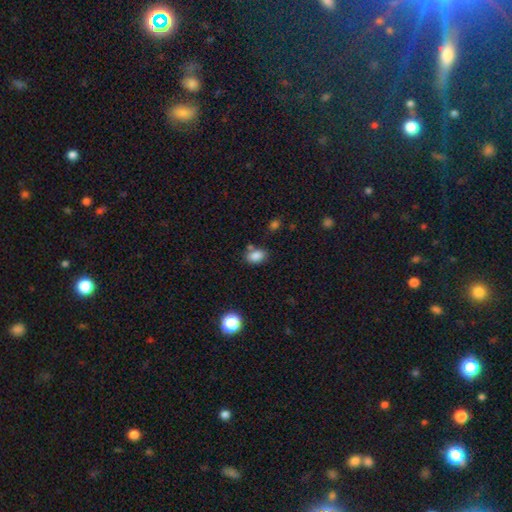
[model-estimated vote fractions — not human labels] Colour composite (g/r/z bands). It shows a smooth galaxy with no disk features (84%) that is in between round and cigar-shaped (80%). Merging: none (66%).